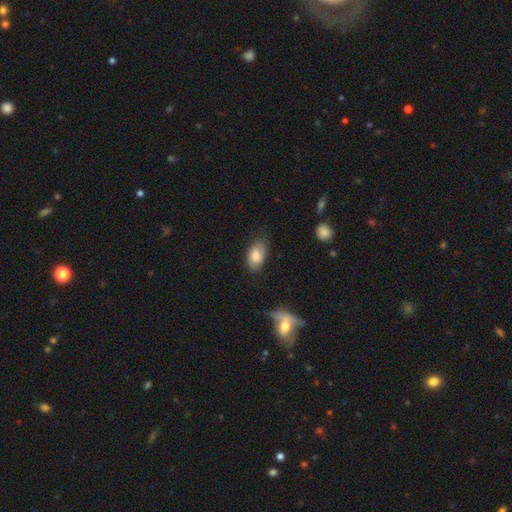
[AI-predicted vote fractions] A smooth galaxy with no disk features (77%) that is in between round and cigar-shaped (92%).

Vote fractions:
- Smooth or featured? smooth: 77% / featured or disk: 16% / star or artifact: 7%
- How rounded? in between: 92% / round: 6% / cigar-shaped: 2%
- Merging? none: 67% / minor disturbance: 25% / major disturbance: 6% / merger: 2%